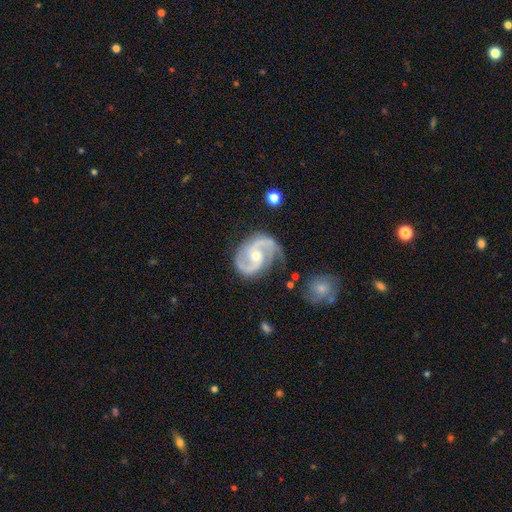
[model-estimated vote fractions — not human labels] Smooth or featured? featured or disk (92%)
Edge-on disk? no (98%)
Bar? no (52%)
Spiral arms? yes (98%)
Spiral winding? medium (57%)
Spiral arm count? 2 (92%)
Bulge size? moderate (58%)
Merging? none (73%)